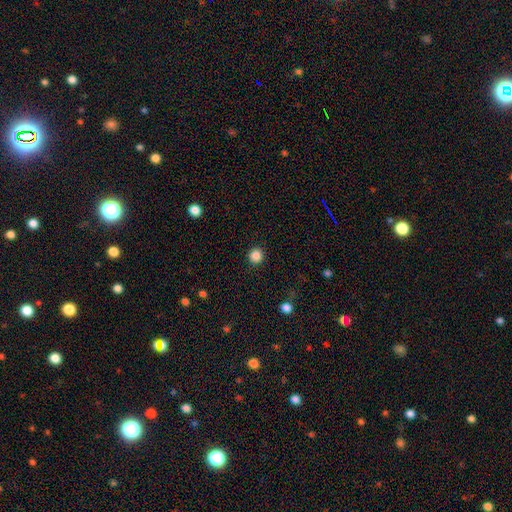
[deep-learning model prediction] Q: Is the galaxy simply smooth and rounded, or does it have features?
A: smooth — 86%.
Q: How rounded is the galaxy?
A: round — 94%.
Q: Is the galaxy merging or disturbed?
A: none — 92%.